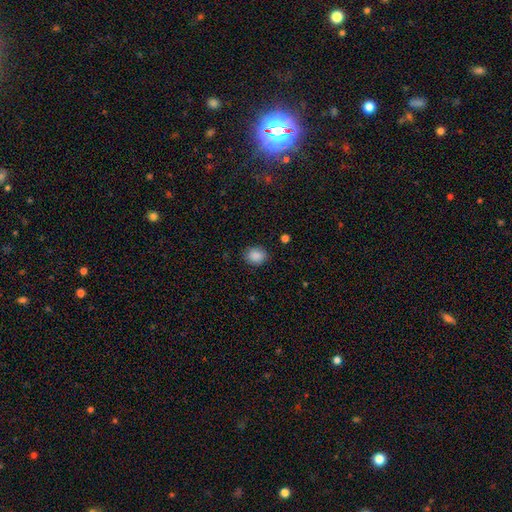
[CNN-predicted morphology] A smooth galaxy with no disk features (88%) that is round (60%). Merging: none (85%).